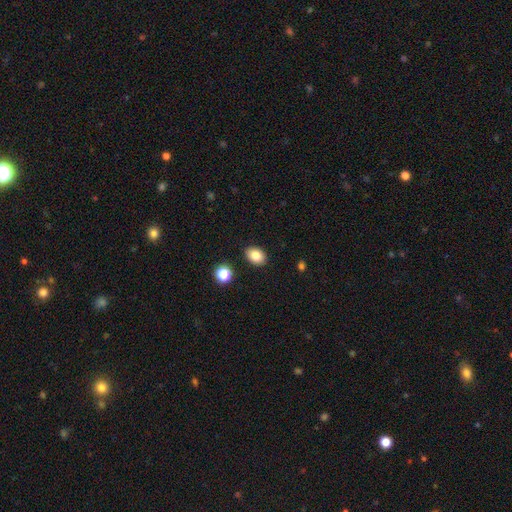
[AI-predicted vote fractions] This appears to be a smooth galaxy with no disk features (83%) that is in between round and cigar-shaped (74%). Merging: none (88%).